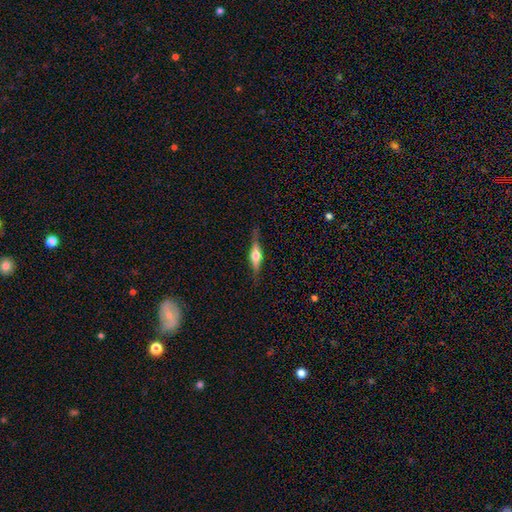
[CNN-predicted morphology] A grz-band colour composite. It shows a featured or disk galaxy (71%) viewed edge-on (97%) with a rounded central bulge (92%). Merging: none (85%).